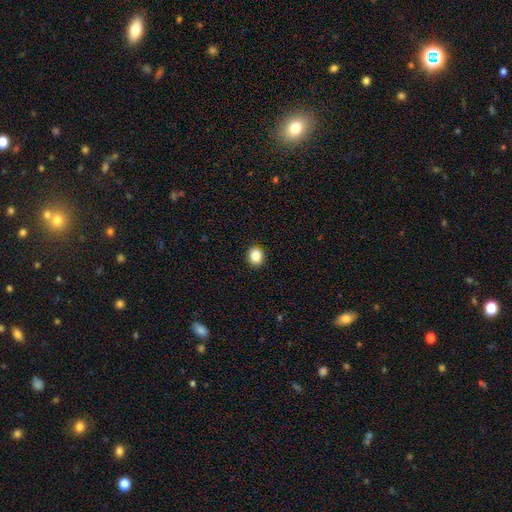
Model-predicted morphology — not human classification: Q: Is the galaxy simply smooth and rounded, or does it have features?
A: smooth — 88%.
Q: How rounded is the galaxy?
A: round — 64%.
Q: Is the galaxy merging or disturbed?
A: none — 91%.